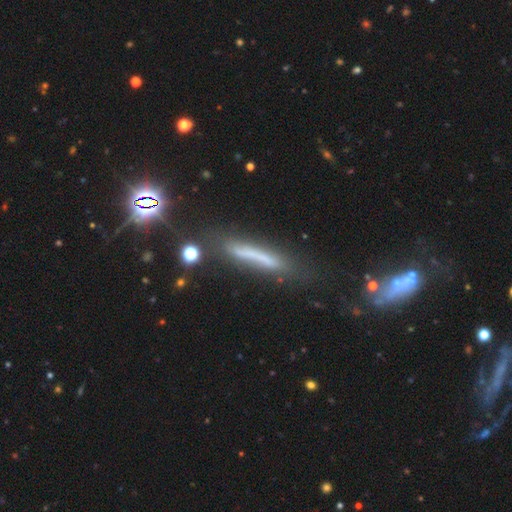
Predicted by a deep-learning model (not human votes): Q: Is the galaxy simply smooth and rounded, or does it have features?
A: smooth — 47%.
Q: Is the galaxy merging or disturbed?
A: none — 63%.